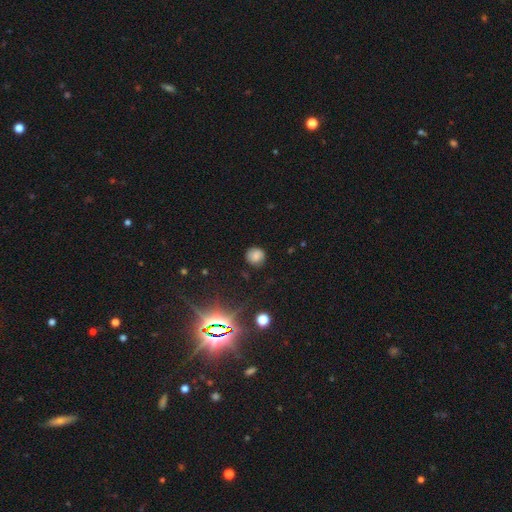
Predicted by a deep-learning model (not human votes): Overall: smooth (75%). How rounded: round (89%). Merging: none (82%).